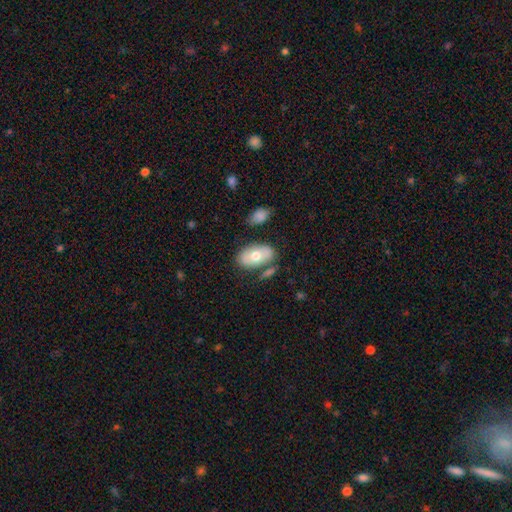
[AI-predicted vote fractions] smooth-or-featured: smooth: 64% | featured or disk: 30% | star or artifact: 6%
  how-rounded: in between: 91% | round: 7% | cigar-shaped: 2%
  merging: none: 69% | minor disturbance: 16% | merger: 11% | major disturbance: 5%